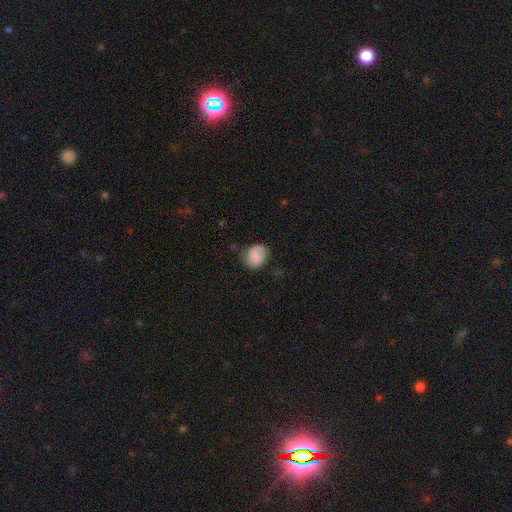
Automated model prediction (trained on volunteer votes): smooth-or-featured: smooth: 75% | featured or disk: 17% | star or artifact: 8%
  how-rounded: round: 61% | in between: 38% | cigar-shaped: 1%
  merging: none: 68% | minor disturbance: 23% | major disturbance: 7% | merger: 2%